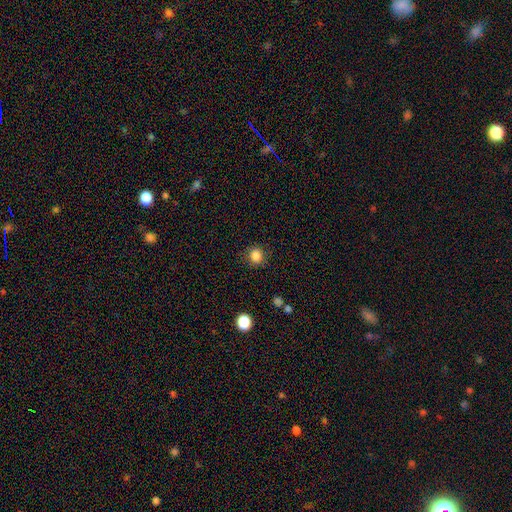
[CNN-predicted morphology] type=smooth (85%); roundness=round (83%); merging=none (86%).